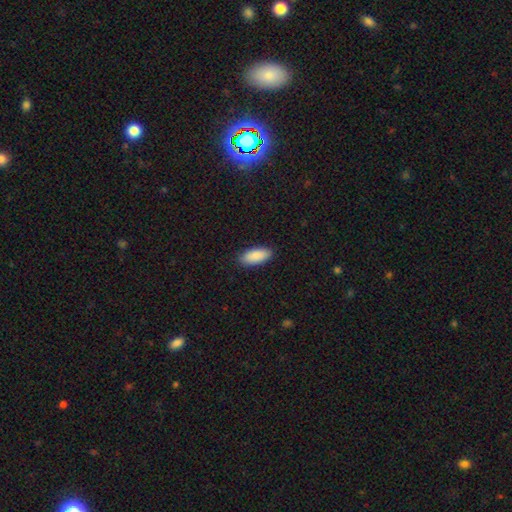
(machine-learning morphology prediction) Smooth or featured: smooth — 90% (star or artifact — 6%)
How rounded: in between — 85% (cigar-shaped — 13%)
Merging: none — 89% (minor disturbance — 8%)